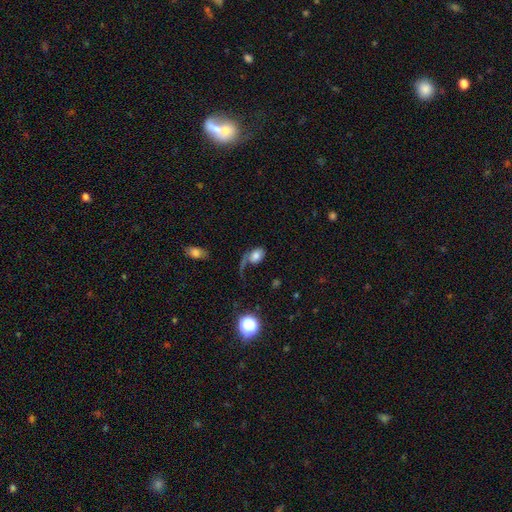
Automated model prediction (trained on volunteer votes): Morphology: type=smooth (62%); roundness=in between (77%); merging=major disturbance (43%).